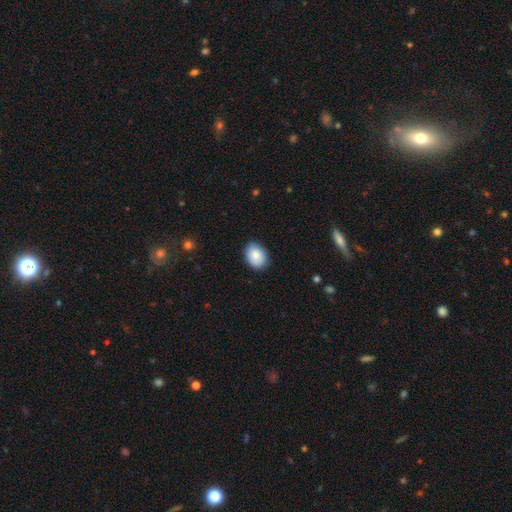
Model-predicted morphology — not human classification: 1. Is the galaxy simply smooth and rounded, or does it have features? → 87% smooth, 7% star or artifact, 6% featured or disk.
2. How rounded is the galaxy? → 72% in between, 27% round, 1% cigar-shaped.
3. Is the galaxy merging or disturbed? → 86% none, 11% minor disturbance, 2% major disturbance, 1% merger.